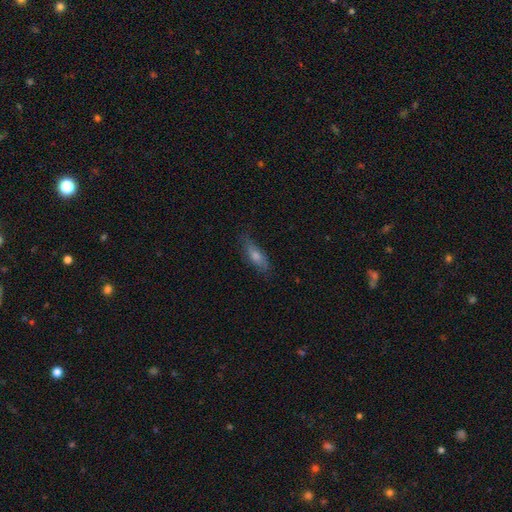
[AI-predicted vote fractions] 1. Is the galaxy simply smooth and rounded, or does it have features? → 53% smooth, 36% featured or disk, 11% star or artifact.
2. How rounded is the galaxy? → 51% cigar-shaped, 46% in between, 3% round.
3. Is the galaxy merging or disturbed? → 76% none, 19% minor disturbance, 4% major disturbance, 1% merger.